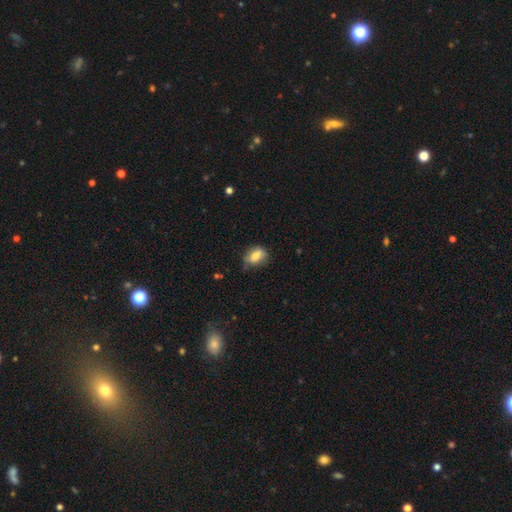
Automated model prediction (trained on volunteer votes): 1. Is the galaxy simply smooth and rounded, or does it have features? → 71% smooth, 20% featured or disk, 9% star or artifact.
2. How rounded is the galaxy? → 70% in between, 27% round, 4% cigar-shaped.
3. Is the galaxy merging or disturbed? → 57% none, 31% minor disturbance, 9% major disturbance, 3% merger.